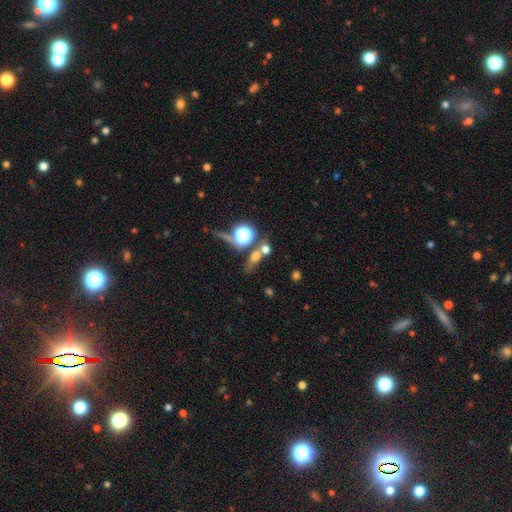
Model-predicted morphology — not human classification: smooth-or-featured: smooth: 56% | star or artifact: 25% | featured or disk: 19%
  how-rounded: round: 47% | in between: 39% | cigar-shaped: 14%
  merging: none: 47% | merger: 32% | minor disturbance: 11% | major disturbance: 9%